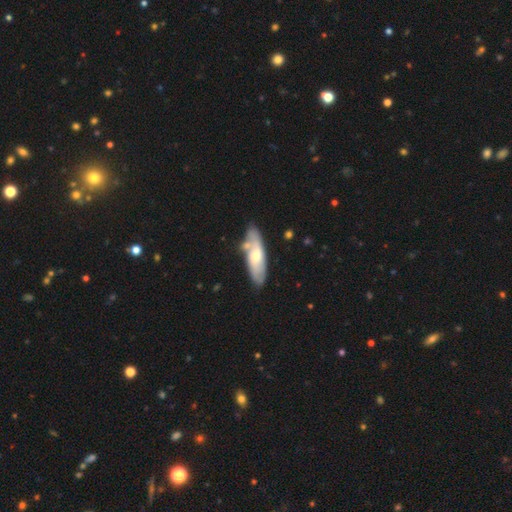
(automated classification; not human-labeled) A smooth galaxy with no disk features (49%).

Vote fractions:
- Smooth or featured? smooth: 49% / featured or disk: 46% / star or artifact: 5%
- Merging? none: 66% / minor disturbance: 18% / merger: 12% / major disturbance: 4%